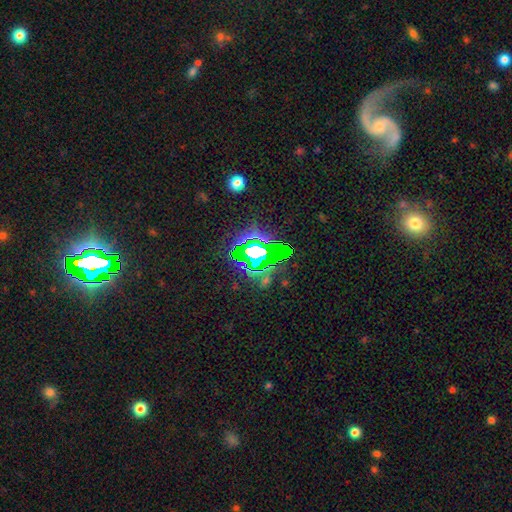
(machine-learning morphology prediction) Q: Smooth or featured?
A: star or artifact (66%); runner-up: featured or disk (17%)